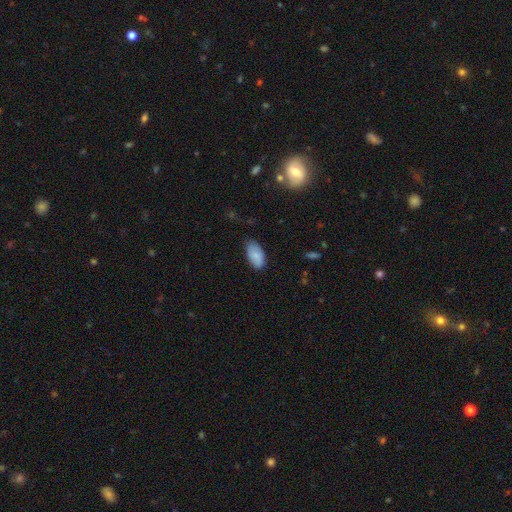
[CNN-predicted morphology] Smooth or featured: smooth — 85% (featured or disk — 8%)
How rounded: in between — 95% (round — 3%)
Merging: none — 75% (minor disturbance — 21%)